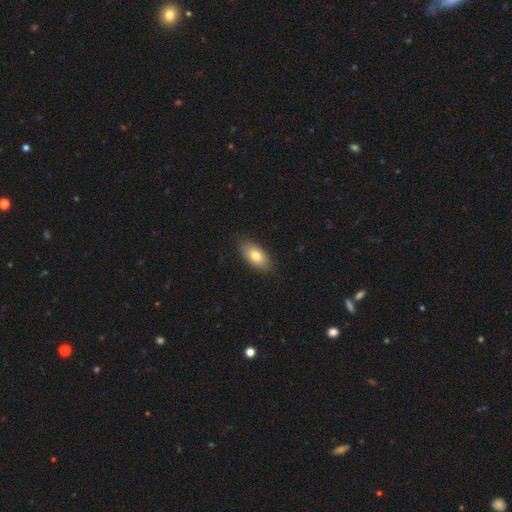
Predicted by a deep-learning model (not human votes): Smooth or featured? smooth (80%)
How rounded? in between (92%)
Merging? none (85%)